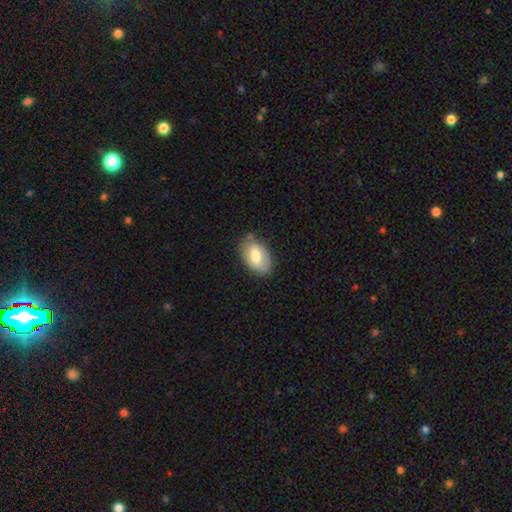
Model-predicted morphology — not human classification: Q: Smooth or featured?
A: smooth (65%); runner-up: featured or disk (28%)
Q: How rounded?
A: in between (92%); runner-up: round (7%)
Q: Merging?
A: none (71%); runner-up: minor disturbance (21%)